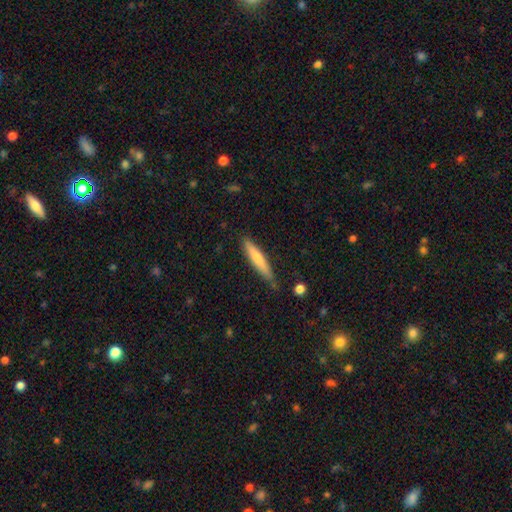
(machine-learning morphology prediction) Smooth or featured? Predicted: smooth (p=0.65). How rounded? Predicted: cigar-shaped (p=0.91). Merging? Predicted: none (p=0.77).